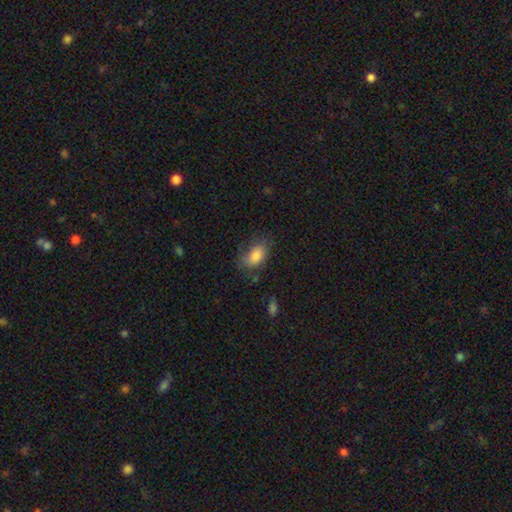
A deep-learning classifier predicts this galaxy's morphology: Smooth or featured? smooth (81%)
How rounded? in between (89%)
Merging? none (59%)